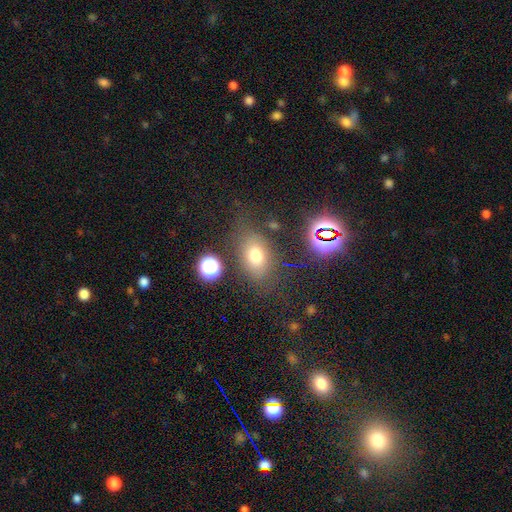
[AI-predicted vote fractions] smooth 70%, star or artifact 16%, featured or disk 14%. Down the decision tree: how rounded — in between (76%); merging — none (71%).